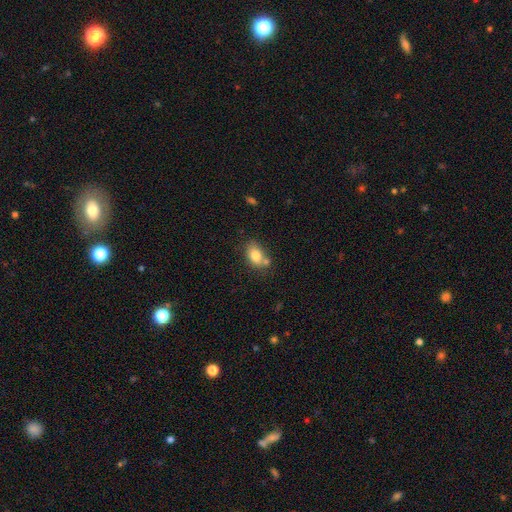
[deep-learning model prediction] A smooth galaxy with no disk features (79%) that is in between round and cigar-shaped (80%). Merging: none (54%).